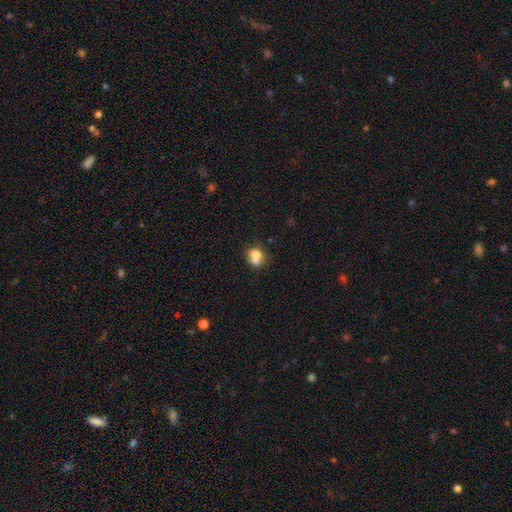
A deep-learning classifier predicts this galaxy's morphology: Smooth or featured?
  - smooth: 70% *
  - featured or disk: 19%
  - star or artifact: 11%
How rounded?
  - round: 60% *
  - in between: 39%
  - cigar-shaped: 2%
Merging?
  - merger: 45% *
  - none: 35%
  - minor disturbance: 13%
  - major disturbance: 6%